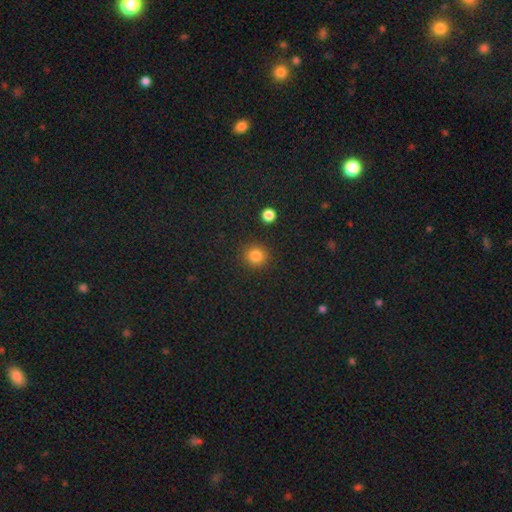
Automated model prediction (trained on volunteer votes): The model was most divided on "smooth or featured": smooth: 83%, star or artifact: 12%, featured or disk: 4%. More confident: how rounded — round (92%); merging — none (90%).